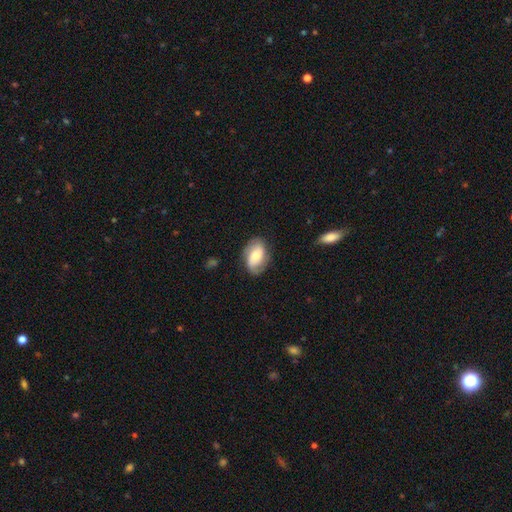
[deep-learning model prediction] A featured or disk galaxy (50%). Merging: none (74%).